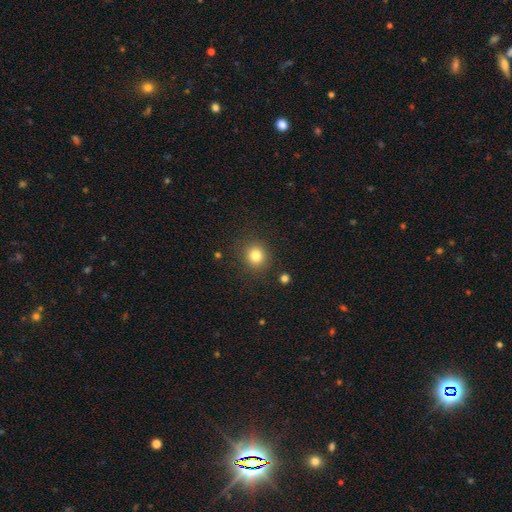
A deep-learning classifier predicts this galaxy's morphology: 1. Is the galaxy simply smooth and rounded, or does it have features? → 82% smooth, 12% star or artifact, 6% featured or disk.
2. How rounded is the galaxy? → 88% round, 11% in between, 1% cigar-shaped.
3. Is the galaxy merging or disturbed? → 88% none, 8% minor disturbance, 3% major disturbance, 2% merger.